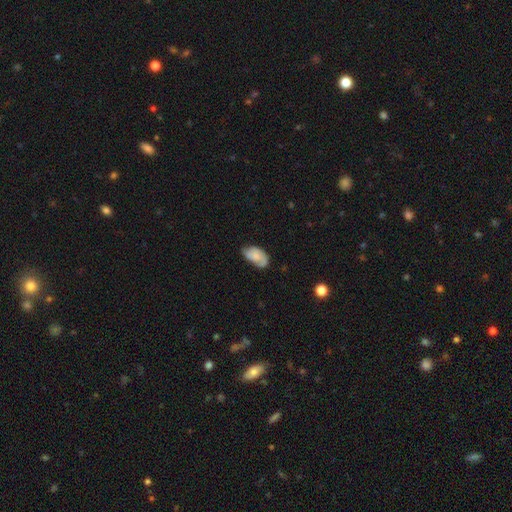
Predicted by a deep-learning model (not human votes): Smooth or featured?
  - smooth: 55% *
  - featured or disk: 37%
  - star or artifact: 8%
How rounded?
  - in between: 92% *
  - round: 5%
  - cigar-shaped: 2%
Merging?
  - none: 54% *
  - minor disturbance: 33%
  - major disturbance: 11%
  - merger: 2%